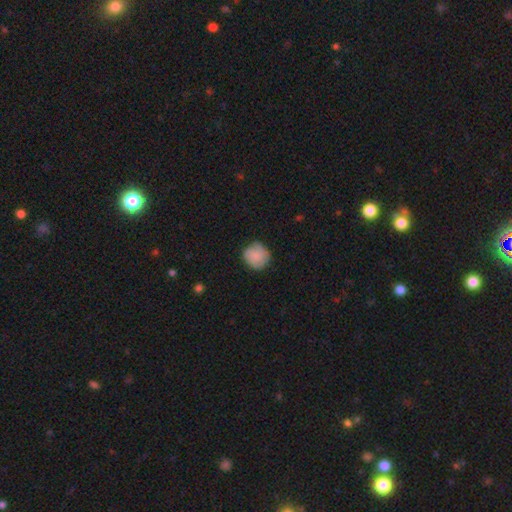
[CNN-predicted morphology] Smooth or featured? smooth (72%)
How rounded? round (89%)
Merging? none (75%)